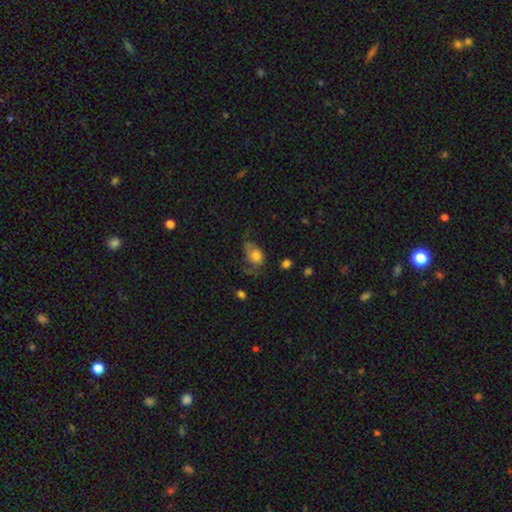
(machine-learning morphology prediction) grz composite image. It shows a smooth galaxy with no disk features (58%) that is in between round and cigar-shaped (66%). Merging: none (36%).